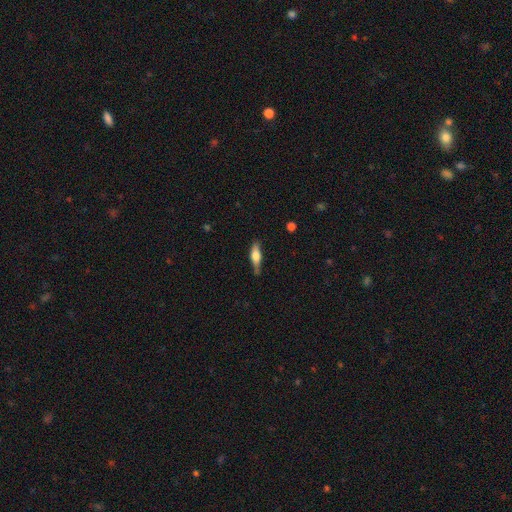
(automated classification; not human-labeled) This appears to be a smooth galaxy with no disk features (52%) that is cigar-shaped (57%). Merging: none (73%).